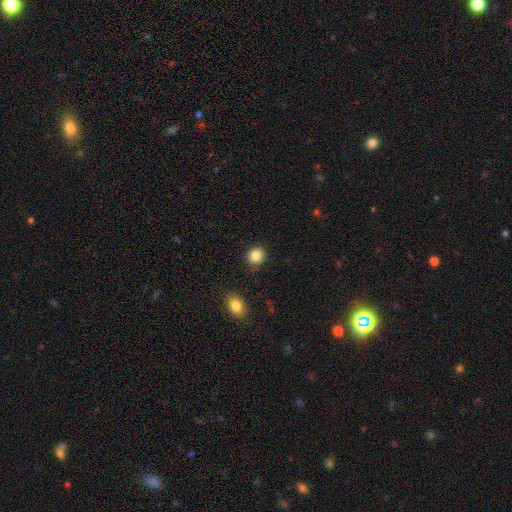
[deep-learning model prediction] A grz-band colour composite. It shows a smooth galaxy with no disk features (86%) that is round (84%). Merging: none (88%).